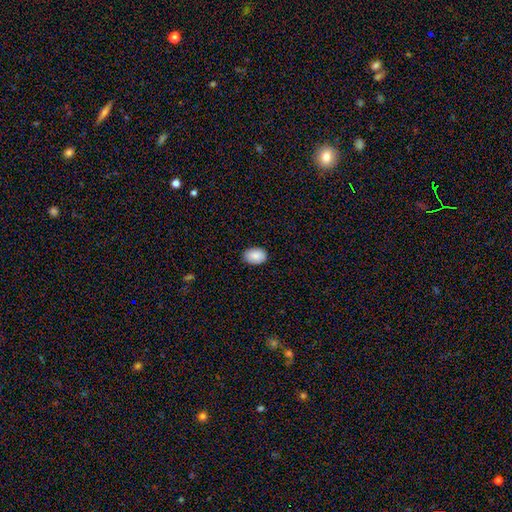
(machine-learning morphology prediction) Smooth or featured? Predicted: smooth (p=0.88). How rounded? Predicted: in between (p=0.83). Merging? Predicted: none (p=0.88).